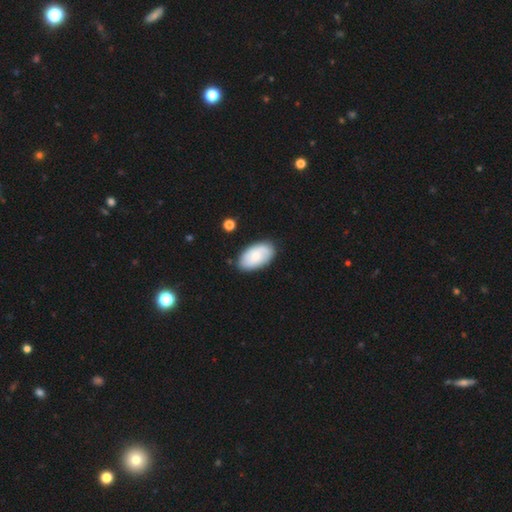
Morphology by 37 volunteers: smooth_or_featured: smooth (p=0.81) [alt: featured or disk p=0.16]
how_rounded: in between (p=0.87) [alt: round p=0.07]
merging: none (p=0.78) [alt: minor disturbance p=0.17]